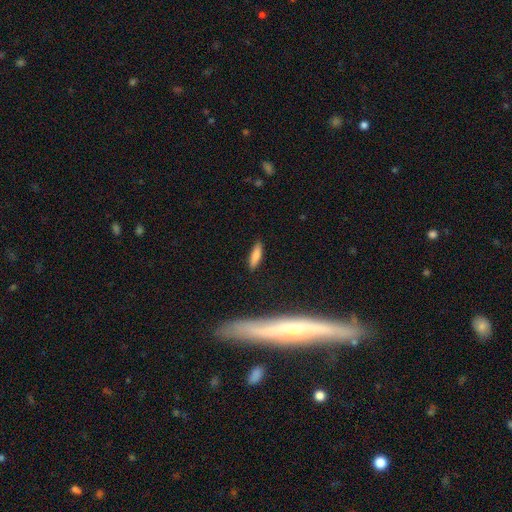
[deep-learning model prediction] Smooth or featured? smooth (82%)
How rounded? cigar-shaped (59%)
Merging? none (87%)